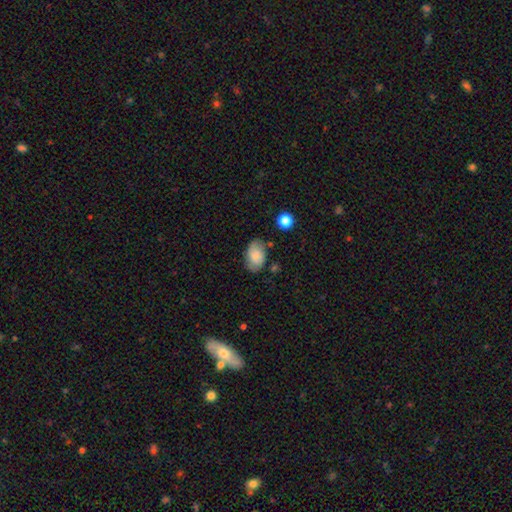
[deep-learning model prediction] Q: Smooth or featured?
A: smooth (71%); runner-up: featured or disk (20%)
Q: How rounded?
A: in between (87%); runner-up: round (12%)
Q: Merging?
A: none (68%); runner-up: minor disturbance (23%)